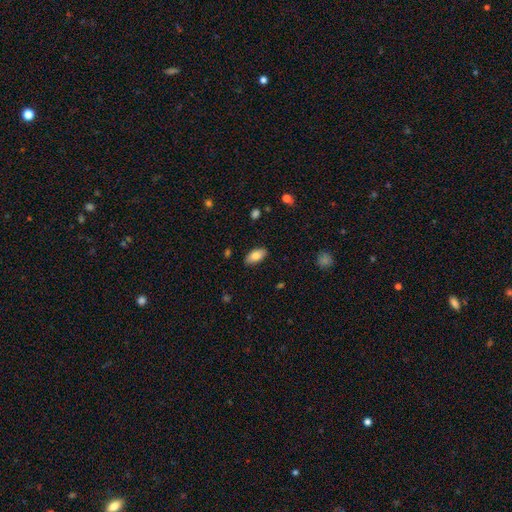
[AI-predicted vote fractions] This appears to be a smooth galaxy with no disk features (80%) that is in between round and cigar-shaped (92%). Merging: none (87%).